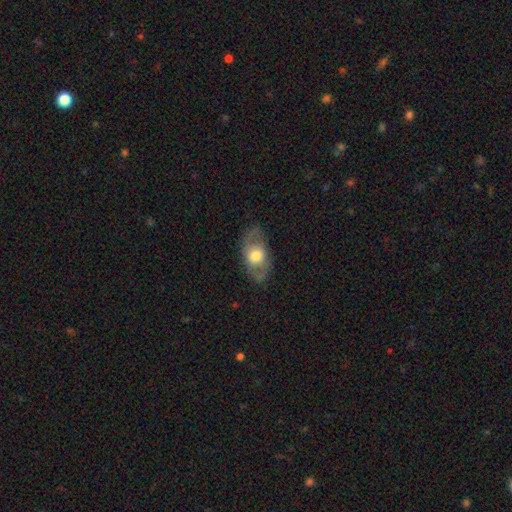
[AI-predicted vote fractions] This is possibly a featured or disk galaxy (49%). Merging: likely none (76%).